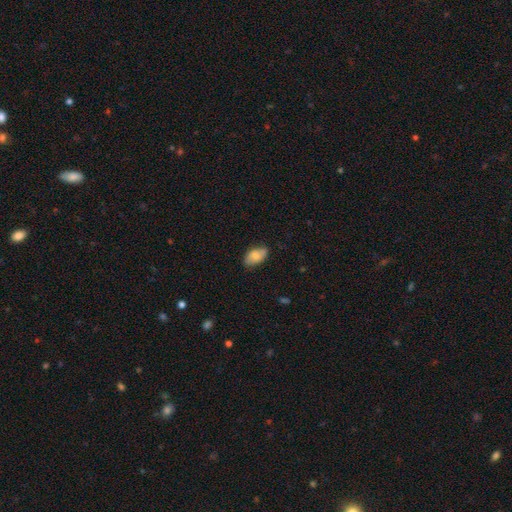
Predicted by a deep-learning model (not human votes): smooth_or_featured: smooth (p=0.78) [alt: featured or disk p=0.15]
how_rounded: in between (p=0.94) [alt: round p=0.04]
merging: none (p=0.75) [alt: minor disturbance p=0.21]